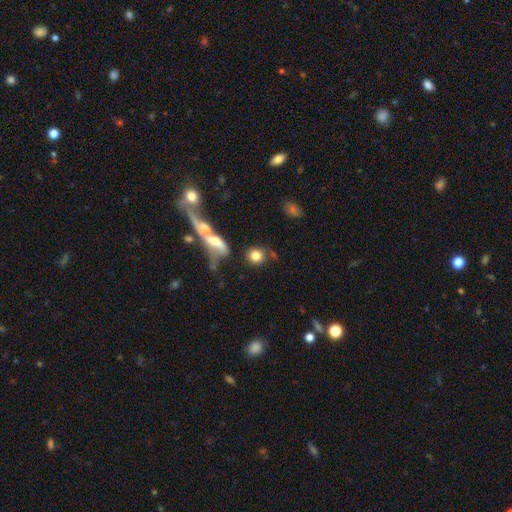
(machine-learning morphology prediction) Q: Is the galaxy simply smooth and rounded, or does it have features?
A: smooth — 79%.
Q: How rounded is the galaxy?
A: round — 79%.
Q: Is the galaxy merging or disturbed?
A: none — 51%.